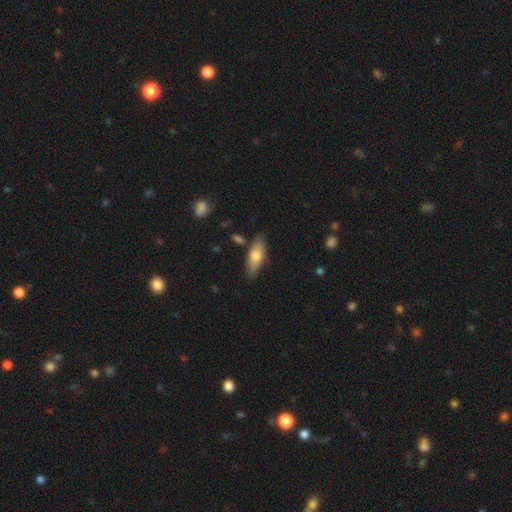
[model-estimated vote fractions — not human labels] smooth 69%, featured or disk 25%, star or artifact 6%. Down the decision tree: how rounded — in between (73%); merging — none (79%).